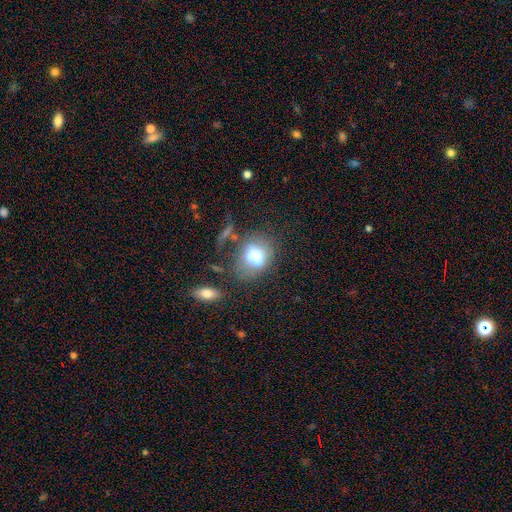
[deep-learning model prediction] The model was most divided on "how rounded": in between: 51%, round: 48%, cigar-shaped: 1%. Remaining: smooth or featured — smooth (69%); merging — none (43%).